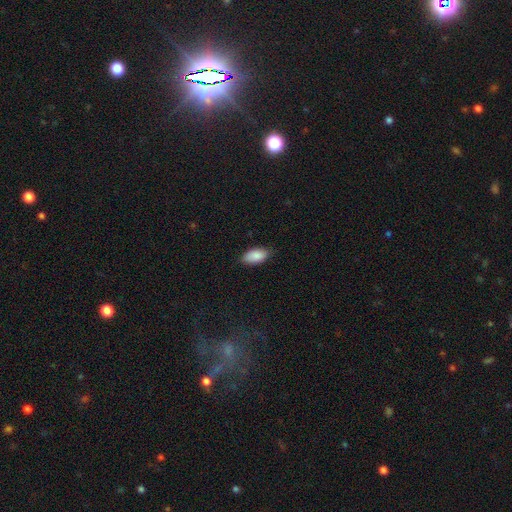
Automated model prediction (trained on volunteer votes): This appears to be a smooth galaxy with no disk features (89%) that is in between round and cigar-shaped (94%). Merging: none (81%).